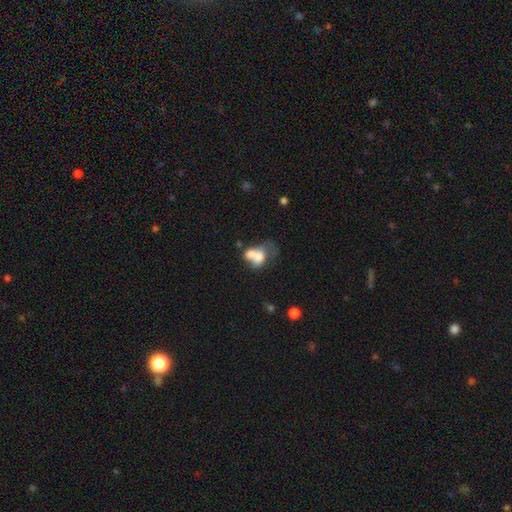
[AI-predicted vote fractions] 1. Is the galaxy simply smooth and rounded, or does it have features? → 64% smooth, 25% featured or disk, 11% star or artifact.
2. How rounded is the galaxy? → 65% in between, 34% round, 1% cigar-shaped.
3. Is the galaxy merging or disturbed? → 60% merger, 15% major disturbance, 15% none, 10% minor disturbance.